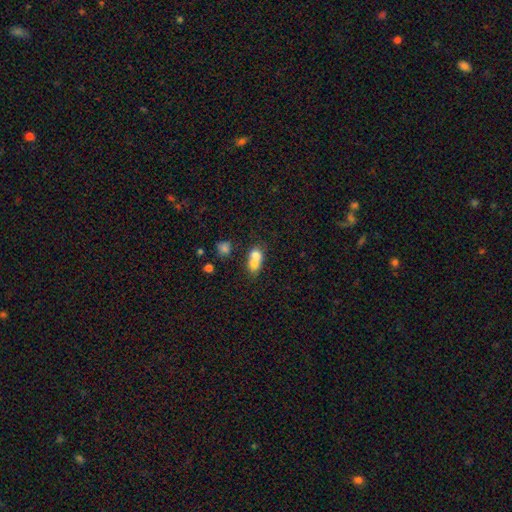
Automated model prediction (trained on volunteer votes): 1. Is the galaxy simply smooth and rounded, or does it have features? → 71% smooth, 19% featured or disk, 10% star or artifact.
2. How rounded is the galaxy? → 51% round, 47% in between, 2% cigar-shaped.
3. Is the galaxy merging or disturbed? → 72% merger, 20% none, 6% minor disturbance, 3% major disturbance.